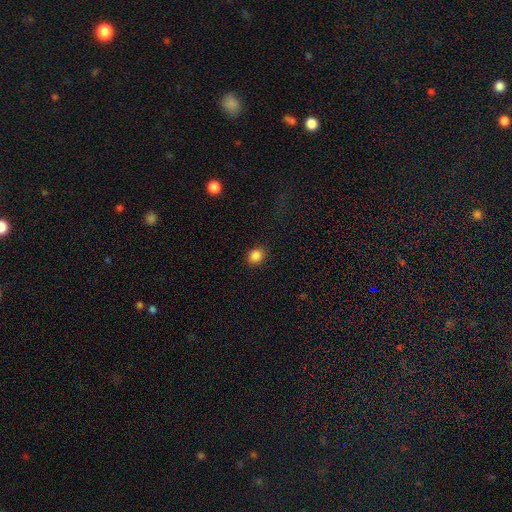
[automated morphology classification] A smooth galaxy with no disk features (86%) that is round (59%).

Vote fractions:
- Smooth or featured? smooth: 86% / star or artifact: 10% / featured or disk: 4%
- How rounded? round: 59% / in between: 40% / cigar-shaped: 1%
- Merging? none: 89% / minor disturbance: 8% / major disturbance: 2% / merger: 1%